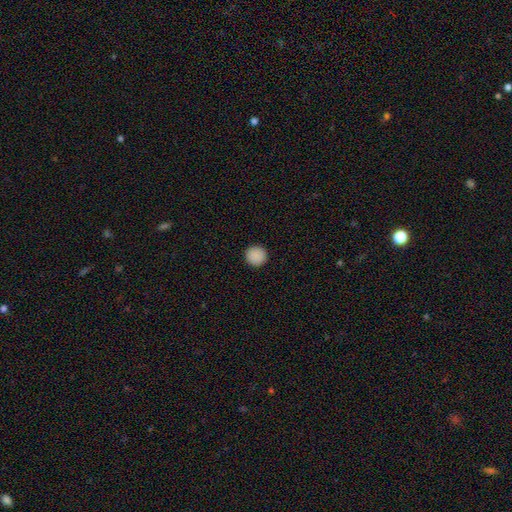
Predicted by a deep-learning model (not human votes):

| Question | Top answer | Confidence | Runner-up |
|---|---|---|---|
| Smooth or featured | smooth | 90% | star or artifact (8%) |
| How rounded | round | 96% | in between (3%) |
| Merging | none | 94% | minor disturbance (4%) |